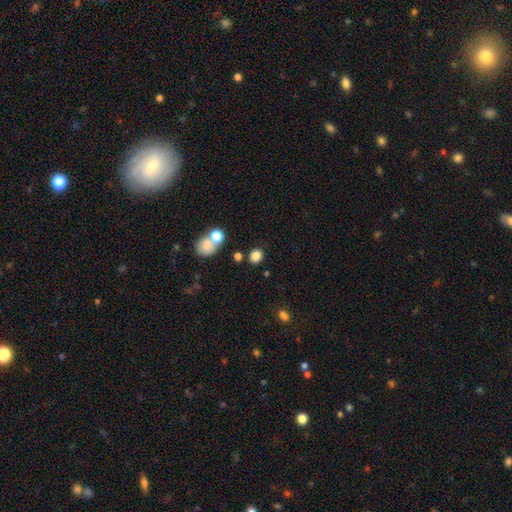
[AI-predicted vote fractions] Smooth or featured?
  - smooth: 83% *
  - star or artifact: 12%
  - featured or disk: 5%
How rounded?
  - round: 67% *
  - in between: 32%
  - cigar-shaped: 1%
Merging?
  - none: 79% *
  - minor disturbance: 9%
  - merger: 9%
  - major disturbance: 3%